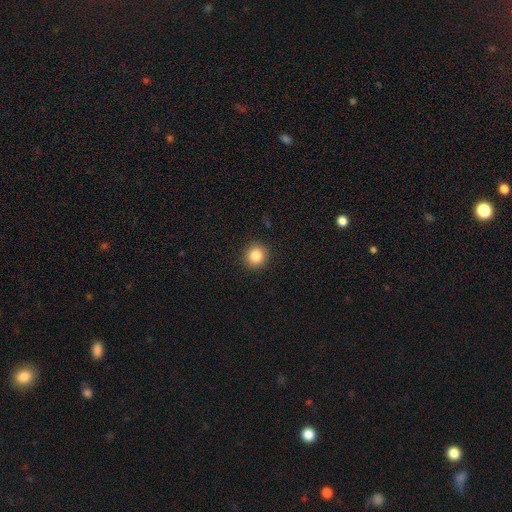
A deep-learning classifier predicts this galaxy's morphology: smooth-or-featured: smooth: 85% | star or artifact: 10% | featured or disk: 5%
  how-rounded: round: 90% | in between: 9% | cigar-shaped: 1%
  merging: none: 92% | minor disturbance: 5% | major disturbance: 2% | merger: 1%